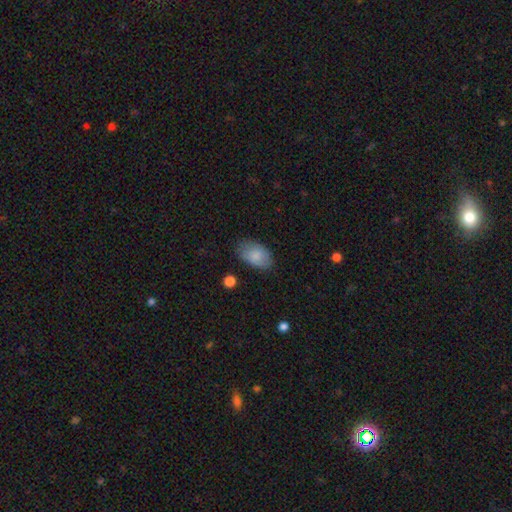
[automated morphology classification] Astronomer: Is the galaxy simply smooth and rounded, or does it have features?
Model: smooth — 85%.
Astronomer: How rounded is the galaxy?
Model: in between — 92%.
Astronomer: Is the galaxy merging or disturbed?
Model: none — 75%.